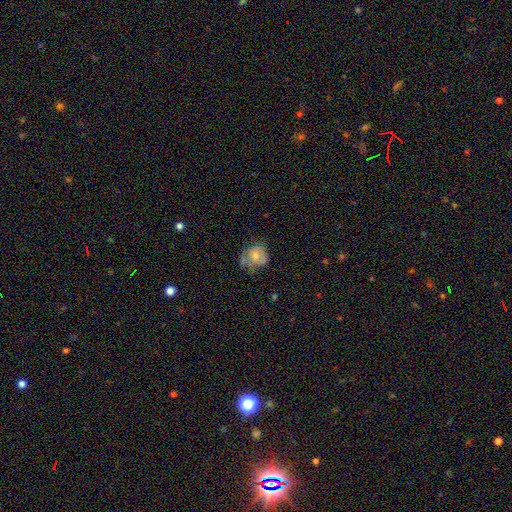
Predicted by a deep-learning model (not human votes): Smooth or featured: smooth — 56% (featured or disk — 36%)
How rounded: round — 66% (in between — 33%)
Merging: none — 42% (minor disturbance — 34%)